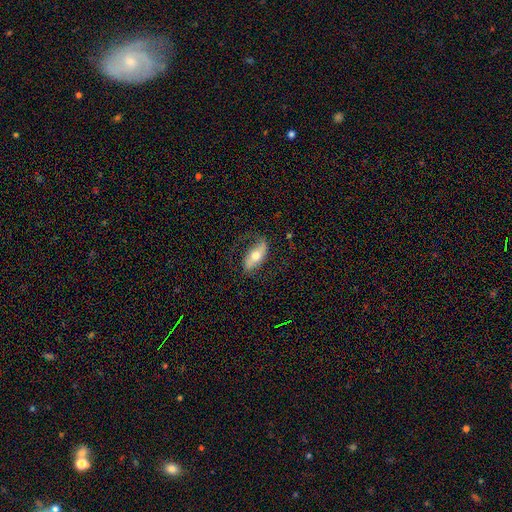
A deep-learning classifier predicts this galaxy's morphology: Q: Smooth or featured?
A: featured or disk (54%); runner-up: smooth (40%)
Q: Edge-on disk?
A: no (79%); runner-up: yes (21%)
Q: Merging?
A: none (71%); runner-up: minor disturbance (19%)